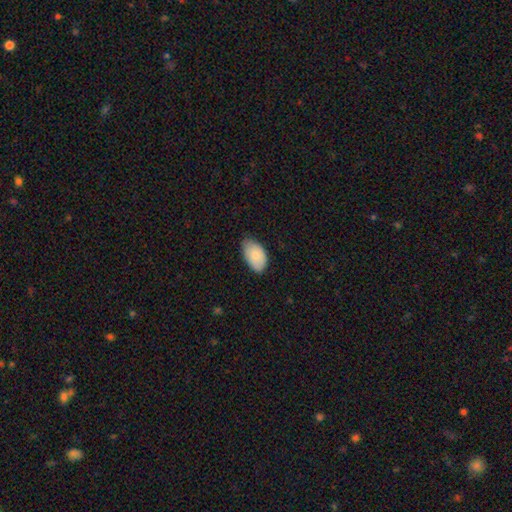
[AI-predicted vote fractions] This appears to be a smooth galaxy with no disk features (86%) that is in between round and cigar-shaped (94%). Merging: none (64%).